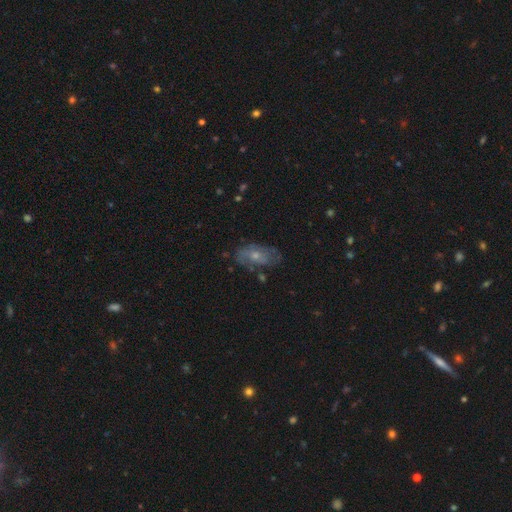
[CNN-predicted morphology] Q: Smooth or featured?
A: featured or disk (50%); runner-up: smooth (41%)
Q: Merging?
A: none (62%); runner-up: minor disturbance (25%)